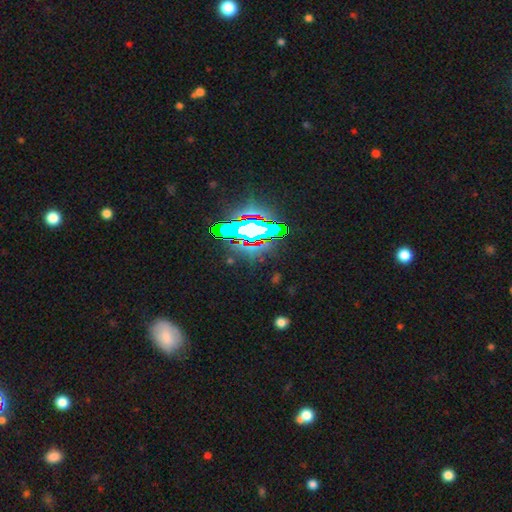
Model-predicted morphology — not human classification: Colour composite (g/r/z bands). It shows a star or artifact, not a galaxy (69%).